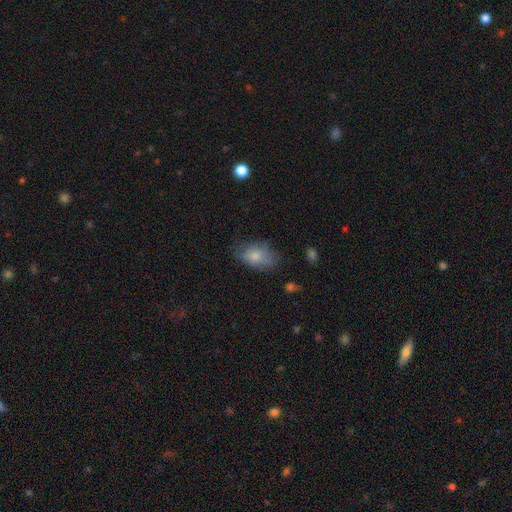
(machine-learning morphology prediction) smooth_or_featured: smooth (p=0.76) [alt: featured or disk p=0.17]
how_rounded: in between (p=0.87) [alt: round p=0.12]
merging: none (p=0.57) [alt: minor disturbance p=0.30]